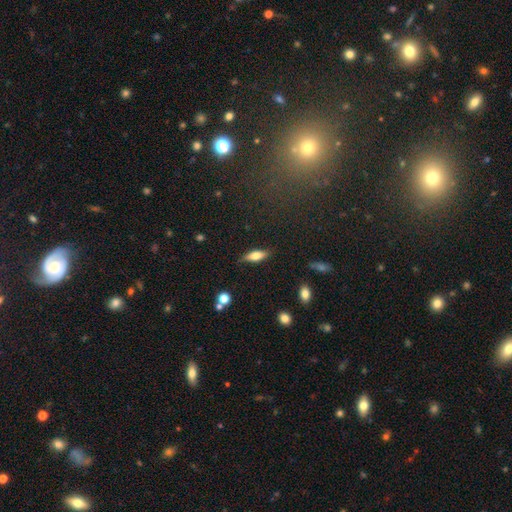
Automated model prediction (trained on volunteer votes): This is likely a smooth galaxy (65%). How rounded: likely in between (62%). Merging: clearly none (81%).